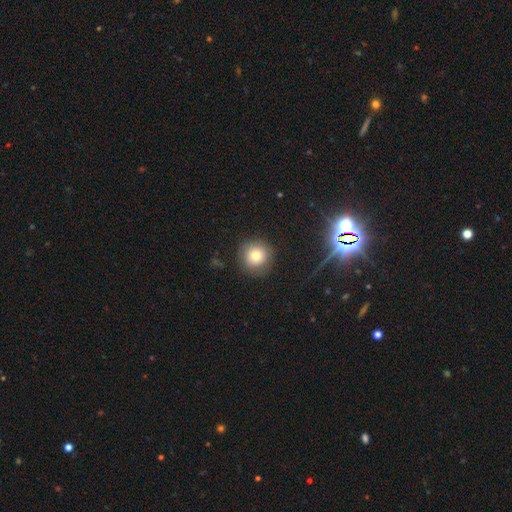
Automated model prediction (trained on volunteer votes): The model was most divided on "smooth or featured": smooth: 76%, star or artifact: 12%, featured or disk: 11%. More confident: how rounded — round (93%); merging — none (84%).